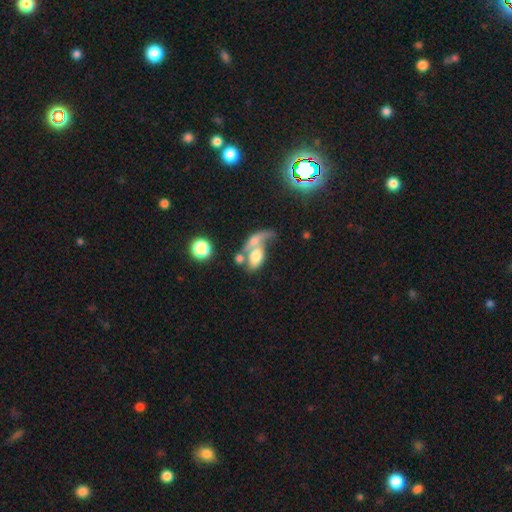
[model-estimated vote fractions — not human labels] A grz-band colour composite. It shows a smooth galaxy with no disk features (57%) that is in between round and cigar-shaped (81%). Merging: merger (58%).